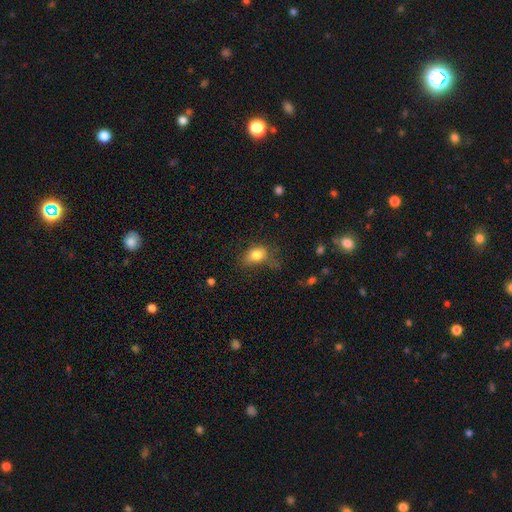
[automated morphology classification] This appears to be a smooth galaxy with no disk features (81%) that is in between round and cigar-shaped (70%). Merging: none (53%).